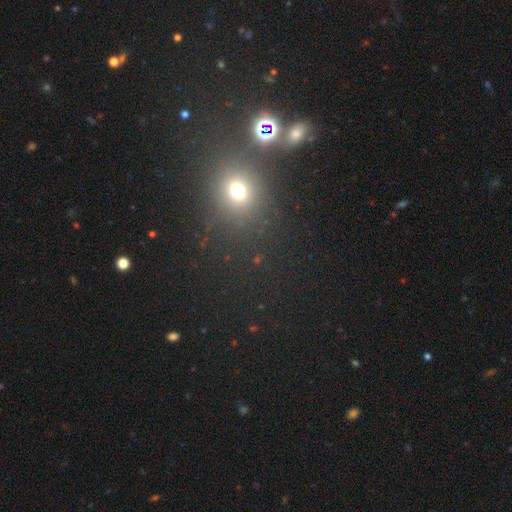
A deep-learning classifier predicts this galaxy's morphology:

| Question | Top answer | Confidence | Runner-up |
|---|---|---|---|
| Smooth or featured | smooth | 48% | star or artifact (44%) |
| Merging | none | 77% | minor disturbance (9%) |